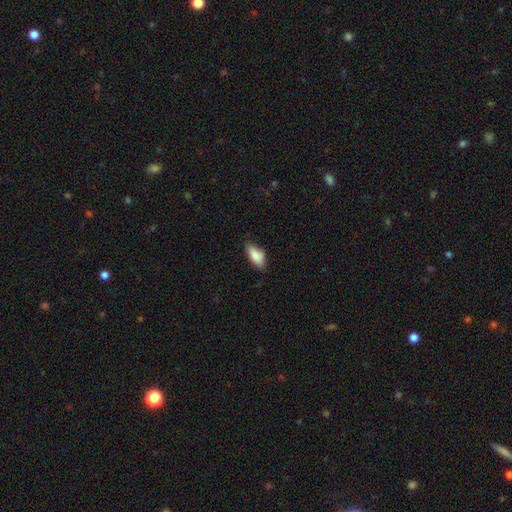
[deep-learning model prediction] smooth_or_featured: smooth (p=0.82) [alt: featured or disk p=0.11]
how_rounded: in between (p=0.86) [alt: cigar-shaped p=0.12]
merging: none (p=0.67) [alt: minor disturbance p=0.27]